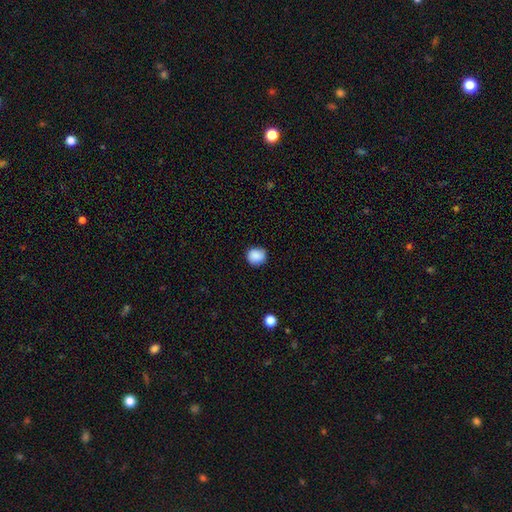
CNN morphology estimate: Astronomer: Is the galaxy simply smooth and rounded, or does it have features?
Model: smooth — 88%.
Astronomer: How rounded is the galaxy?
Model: round — 88%.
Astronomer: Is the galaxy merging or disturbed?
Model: none — 84%.